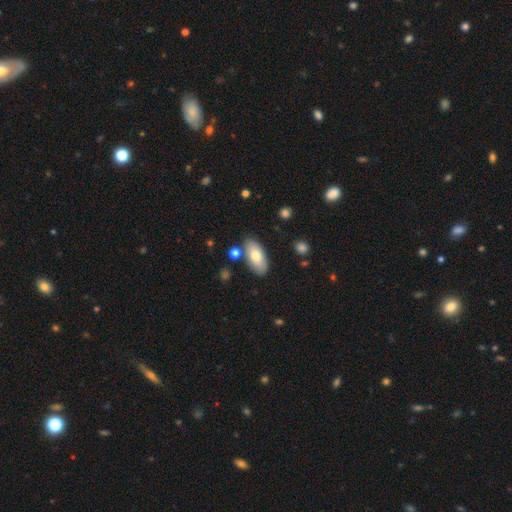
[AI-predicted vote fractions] smooth 75%, featured or disk 19%, star or artifact 6%. Down the decision tree: how rounded — in between (90%); merging — none (80%).